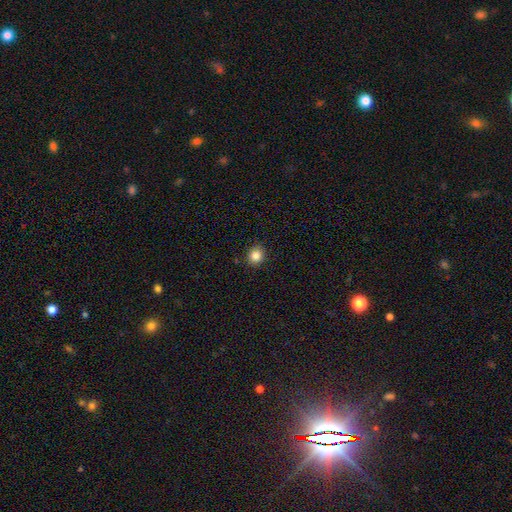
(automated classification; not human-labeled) Smooth or featured? Predicted: smooth (p=0.85). How rounded? Predicted: round (p=0.81). Merging? Predicted: none (p=0.90).